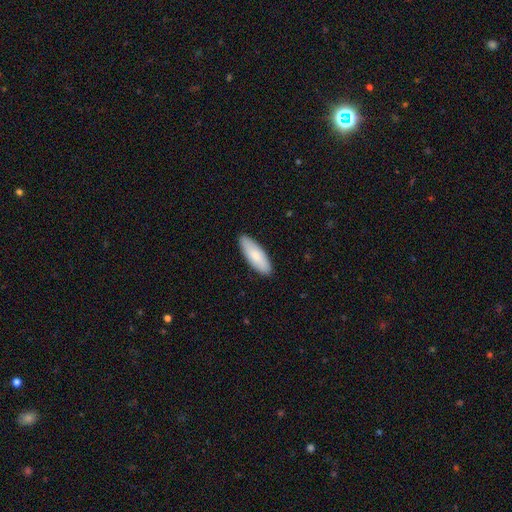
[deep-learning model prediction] Smooth or featured: smooth — 82% (featured or disk — 13%)
How rounded: in between — 64% (cigar-shaped — 34%)
Merging: none — 89% (minor disturbance — 9%)